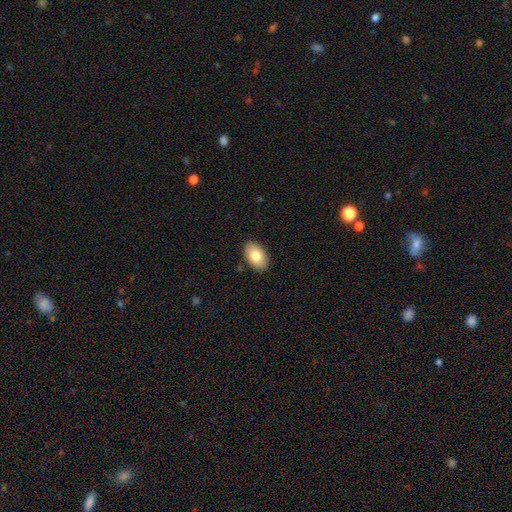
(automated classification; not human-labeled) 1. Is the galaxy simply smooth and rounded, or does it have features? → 80% smooth, 13% featured or disk, 7% star or artifact.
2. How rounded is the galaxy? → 93% in between, 6% round, 1% cigar-shaped.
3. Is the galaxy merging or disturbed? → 89% none, 8% minor disturbance, 2% major disturbance, 1% merger.